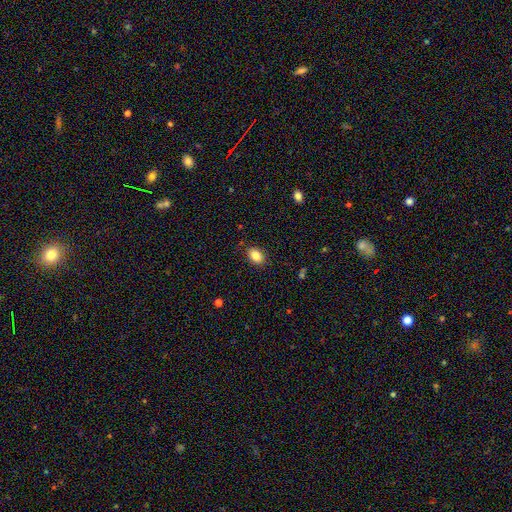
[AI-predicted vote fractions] smooth-or-featured: smooth: 85% | star or artifact: 9% | featured or disk: 6%
  how-rounded: in between: 72% | round: 27% | cigar-shaped: 1%
  merging: none: 87% | minor disturbance: 9% | major disturbance: 2% | merger: 1%